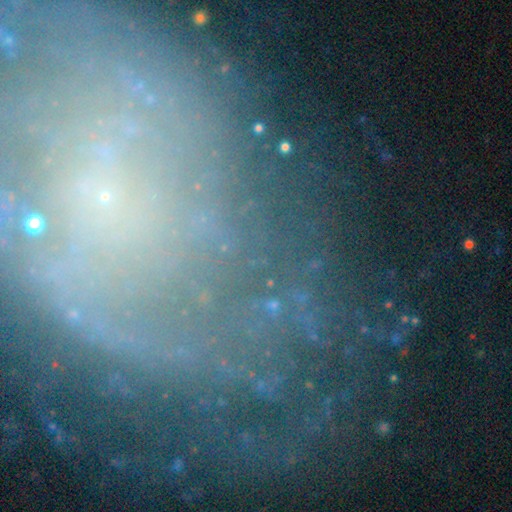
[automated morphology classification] featured or disk 61%, star or artifact 24%, smooth 15%. Down the decision tree: edge-on disk — no (93%); bar — no (72%); spiral arms — yes (79%); bulge size — small (72%); merging — none (69%).